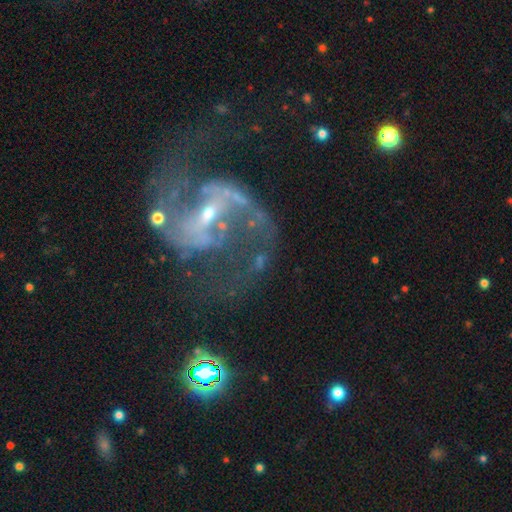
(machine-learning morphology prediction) Overall: featured or disk (91%). Edge-on disk: no (98%). Bar: weak (43%; strong 39%). Spiral arms: yes (97%). Spiral arm count: 2 (93%). Spiral winding: medium (50%; loose 40%). Bulge size: small (71%). Merging: none (63%).